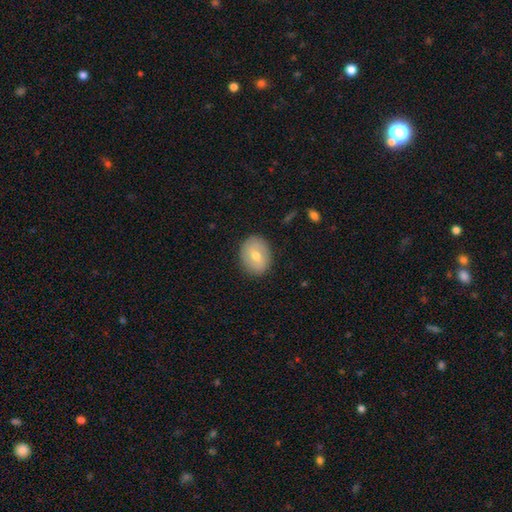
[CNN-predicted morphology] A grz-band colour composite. It shows a smooth galaxy with no disk features (63%) that is round (50%). Merging: none (87%).